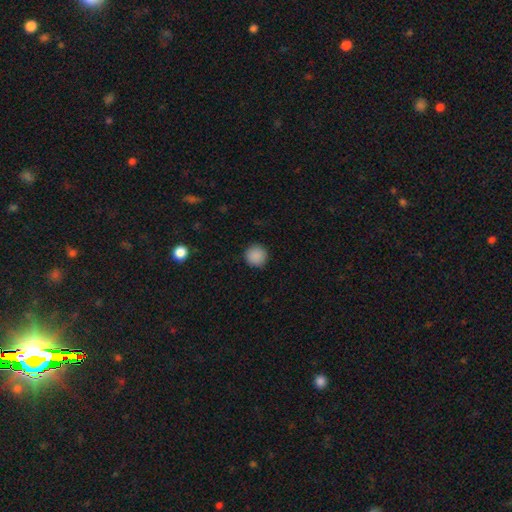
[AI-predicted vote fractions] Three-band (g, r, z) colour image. It shows a smooth galaxy with no disk features (88%) that is round (95%). Merging: none (92%).